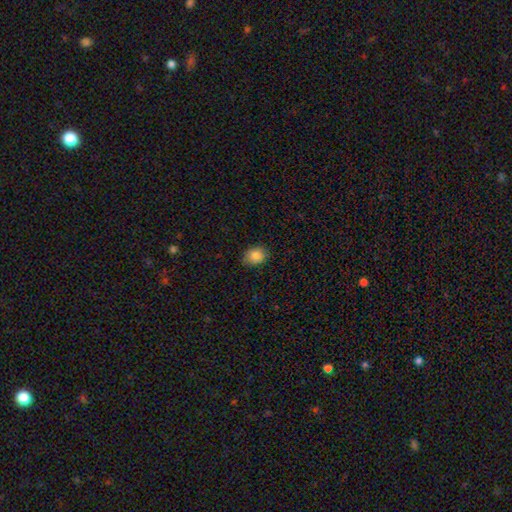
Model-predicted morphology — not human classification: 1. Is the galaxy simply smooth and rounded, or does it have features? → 86% smooth, 9% star or artifact, 5% featured or disk.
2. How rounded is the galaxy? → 52% round, 47% in between, 1% cigar-shaped.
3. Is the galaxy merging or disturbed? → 85% none, 12% minor disturbance, 2% major disturbance, 1% merger.